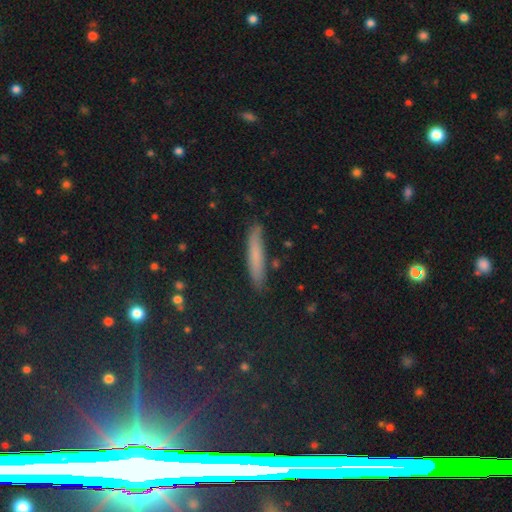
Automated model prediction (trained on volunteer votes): Q: Smooth or featured?
A: smooth (69%); runner-up: featured or disk (19%)
Q: How rounded?
A: cigar-shaped (92%); runner-up: in between (6%)
Q: Merging?
A: none (84%); runner-up: minor disturbance (11%)